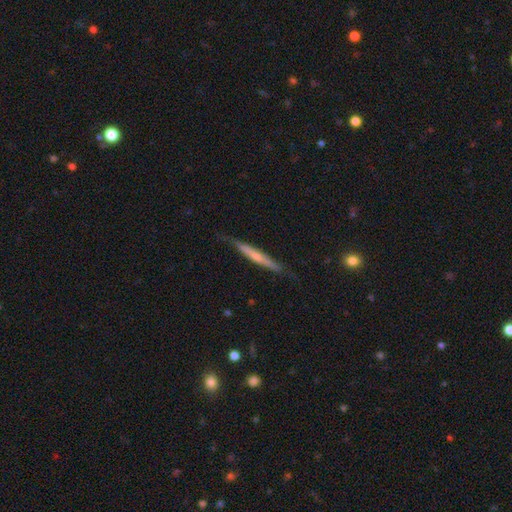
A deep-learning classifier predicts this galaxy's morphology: Smooth or featured? featured or disk (52%)
Edge-on disk? yes (94%)
Merging? none (77%)